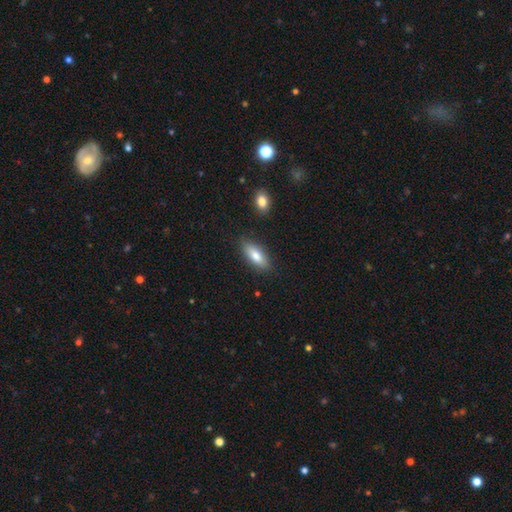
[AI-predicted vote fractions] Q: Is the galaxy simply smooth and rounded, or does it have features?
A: smooth — 78%.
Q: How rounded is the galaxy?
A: in between — 72%.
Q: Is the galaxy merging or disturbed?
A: none — 82%.